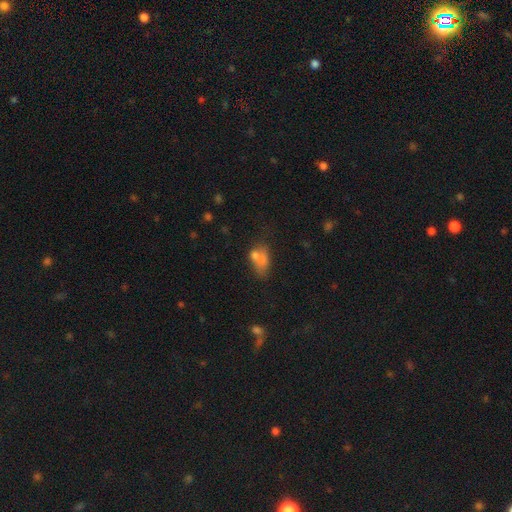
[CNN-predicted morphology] Smooth or featured: smooth — 65% (featured or disk — 19%)
How rounded: in between — 72% (round — 22%)
Merging: merger — 41% (none — 33%)